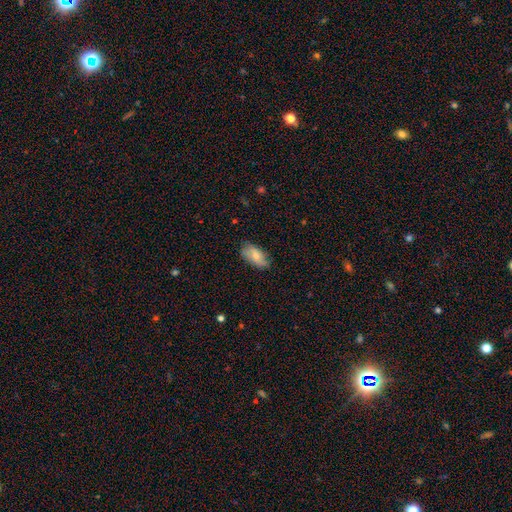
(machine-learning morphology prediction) The model was most divided on "smooth or featured": smooth: 66%, featured or disk: 27%, star or artifact: 7%. More confident: how rounded — in between (92%); merging — none (75%).